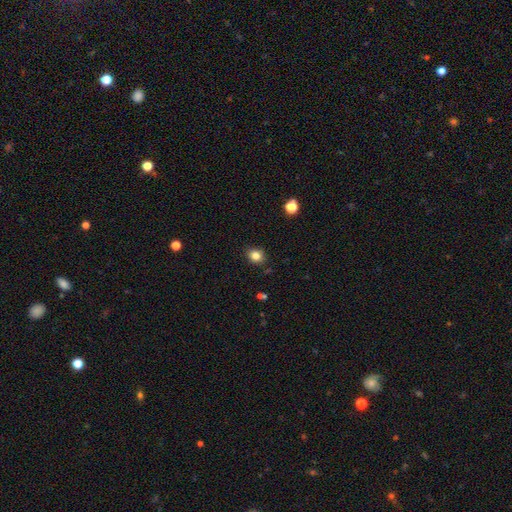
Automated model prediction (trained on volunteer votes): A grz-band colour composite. It shows a smooth galaxy with no disk features (83%) that is round (66%). Merging: none (87%).